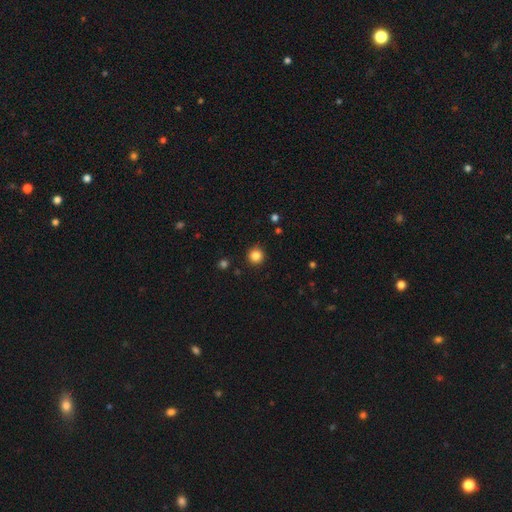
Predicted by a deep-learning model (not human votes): A smooth galaxy with no disk features (84%) that is round (95%). Merging: none (92%).